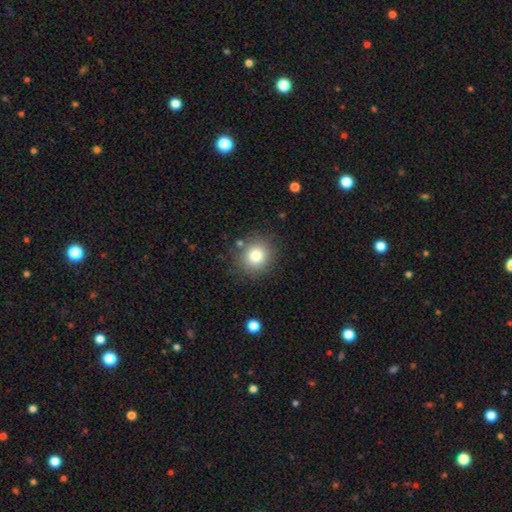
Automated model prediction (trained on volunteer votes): A smooth galaxy with no disk features (80%) that is round (86%). Merging: none (86%).